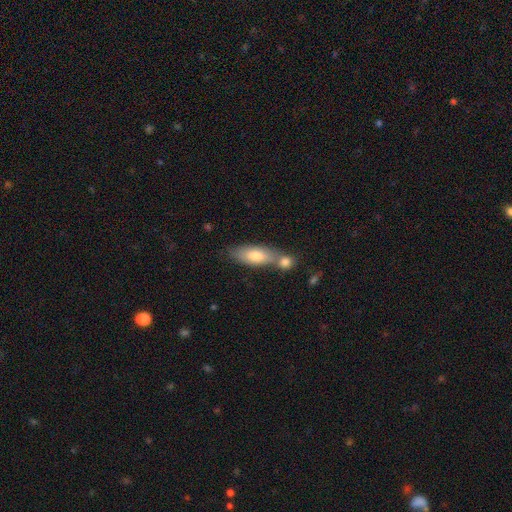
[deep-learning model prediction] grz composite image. It shows a smooth galaxy with no disk features (72%) that is in between round and cigar-shaped (65%). Merging: none (46%).